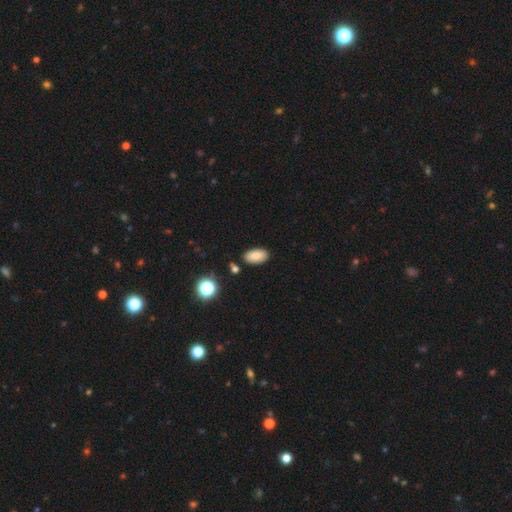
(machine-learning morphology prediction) Smooth or featured? smooth (86%)
How rounded? in between (94%)
Merging? none (86%)